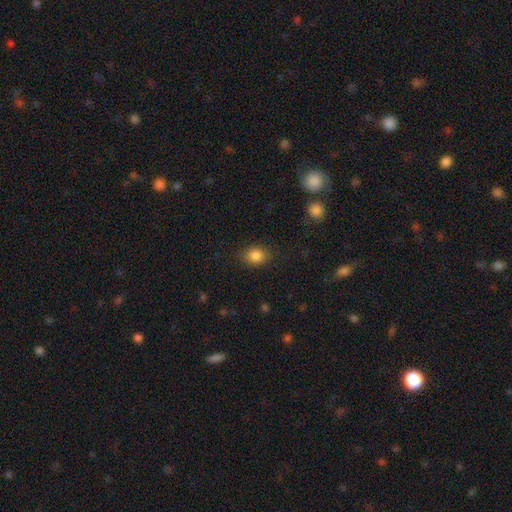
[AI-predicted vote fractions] smooth 85%, star or artifact 10%, featured or disk 5%. Down the decision tree: how rounded — in between (49%, tied with round); merging — none (84%).